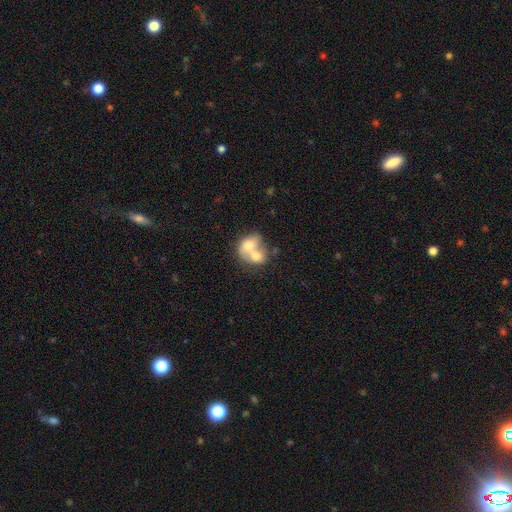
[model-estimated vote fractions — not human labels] Smooth or featured: smooth — 64% (featured or disk — 28%)
How rounded: in between — 57% (round — 42%)
Merging: merger — 77% (none — 12%)